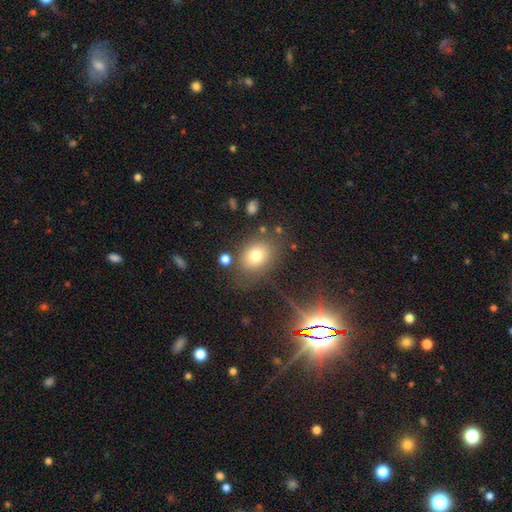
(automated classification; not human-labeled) smooth_or_featured: smooth (p=0.74) [alt: star or artifact p=0.14]
how_rounded: in between (p=0.55) [alt: round p=0.43]
merging: none (p=0.72) [alt: minor disturbance p=0.14]